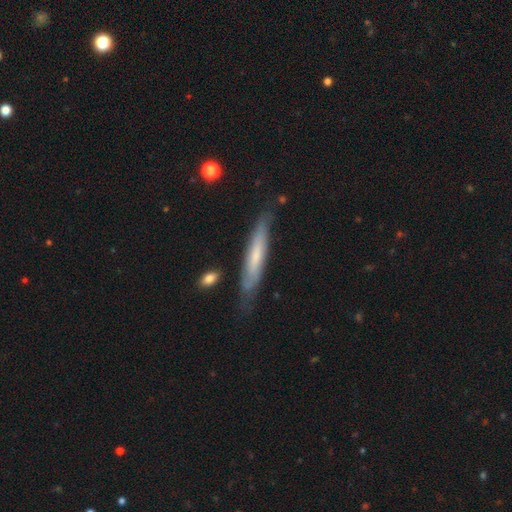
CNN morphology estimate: A smooth galaxy with no disk features (48%).

Vote fractions:
- Smooth or featured? smooth: 48% / featured or disk: 46% / star or artifact: 6%
- Merging? none: 71% / minor disturbance: 21% / major disturbance: 5% / merger: 3%